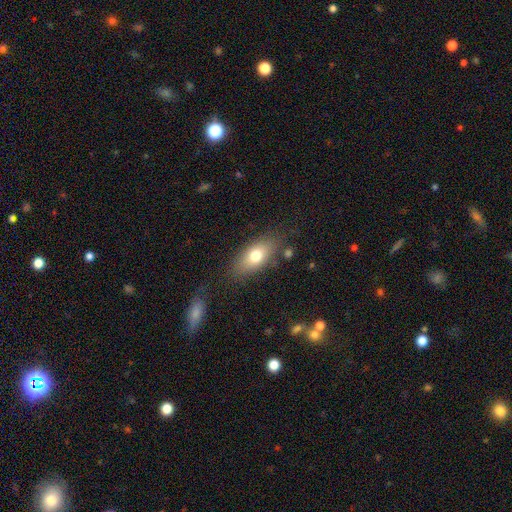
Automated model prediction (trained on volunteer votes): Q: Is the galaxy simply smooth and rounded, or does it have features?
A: smooth — 73%.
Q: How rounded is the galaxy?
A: in between — 84%.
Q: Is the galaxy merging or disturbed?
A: none — 78%.